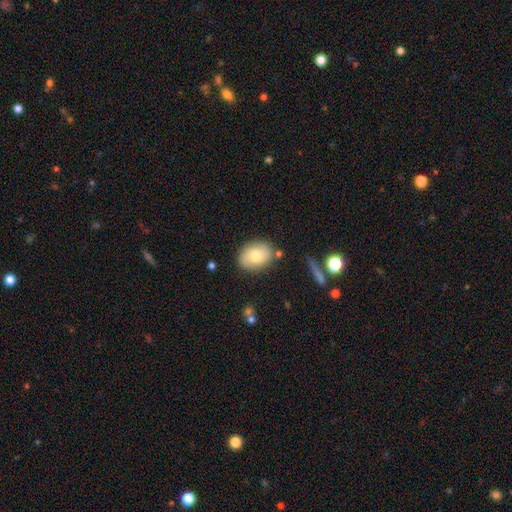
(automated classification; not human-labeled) Morphology: type=smooth (68%); roundness=in between (63%); merging=none (79%).